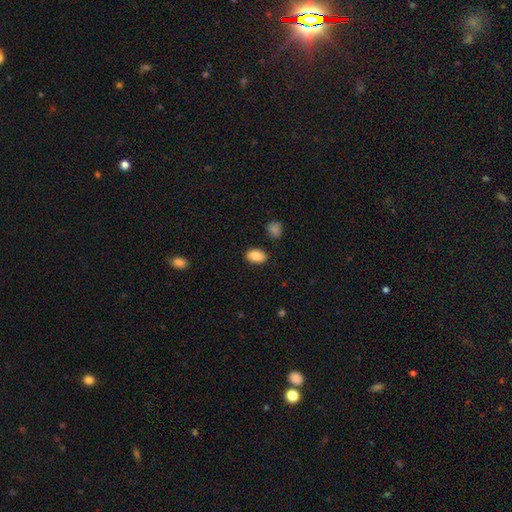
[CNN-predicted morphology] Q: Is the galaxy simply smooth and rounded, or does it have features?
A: smooth — 86%.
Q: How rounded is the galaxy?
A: in between — 87%.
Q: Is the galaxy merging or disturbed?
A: none — 86%.